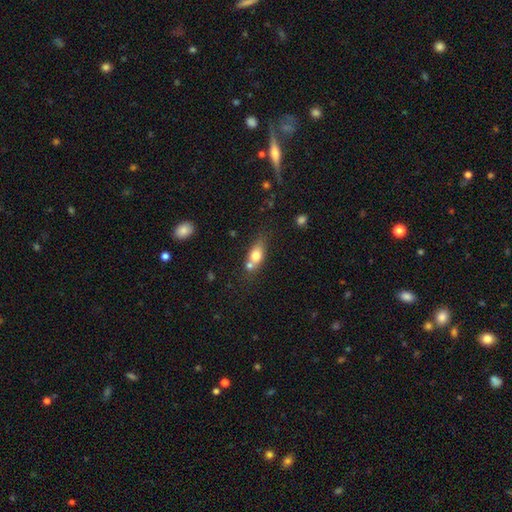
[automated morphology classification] A smooth galaxy with no disk features (72%) that is in between round and cigar-shaped (70%).

Vote fractions:
- Smooth or featured? smooth: 72% / featured or disk: 19% / star or artifact: 9%
- How rounded? in between: 70% / round: 18% / cigar-shaped: 13%
- Merging? none: 44% / merger: 35% / minor disturbance: 16% / major disturbance: 6%